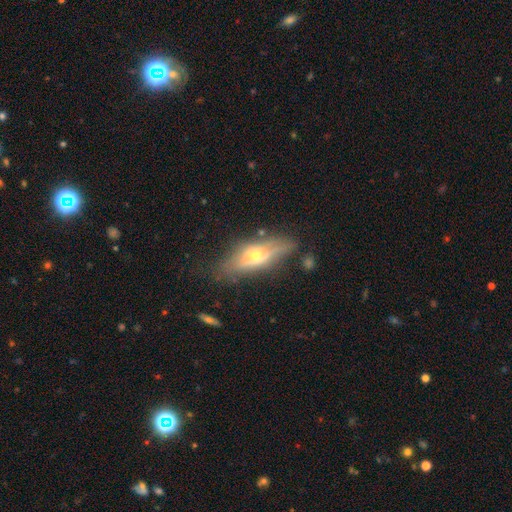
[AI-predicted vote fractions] Smooth or featured? featured or disk (49%)
Merging? none (68%)